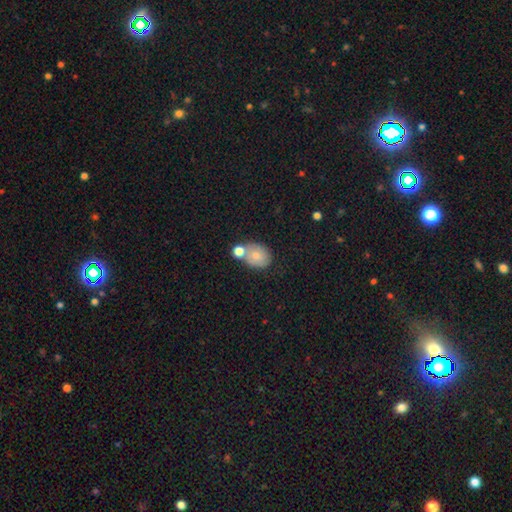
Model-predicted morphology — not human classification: This appears to be a smooth galaxy with no disk features (73%) that is in between round and cigar-shaped (51%). Merging: none (45%).